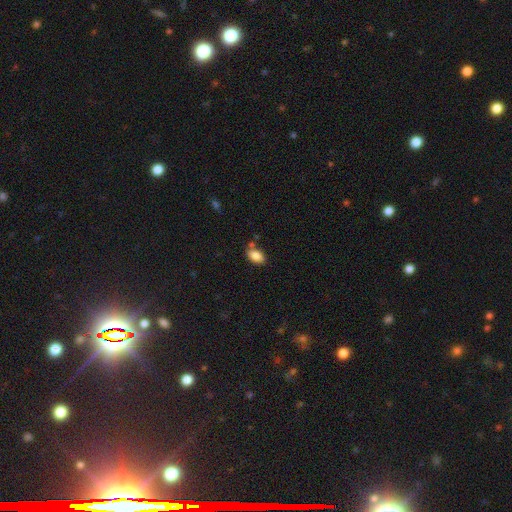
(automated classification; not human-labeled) This appears to be a smooth galaxy with no disk features (86%) that is in between round and cigar-shaped (92%). Merging: none (74%).